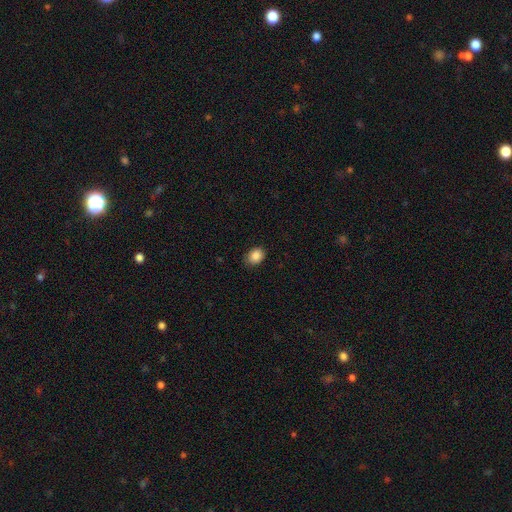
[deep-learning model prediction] Smooth or featured: smooth — 87% (star or artifact — 9%)
How rounded: in between — 62% (round — 37%)
Merging: none — 82% (minor disturbance — 14%)